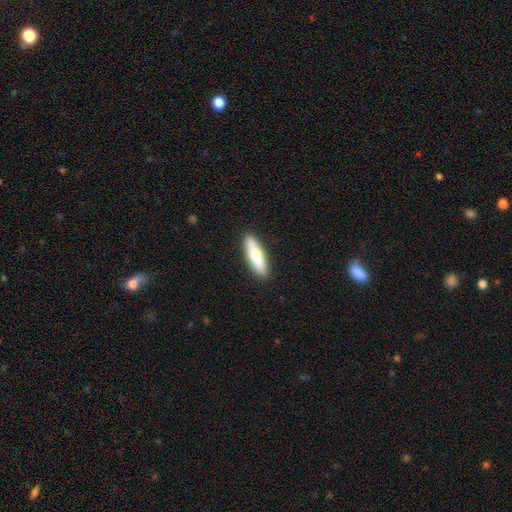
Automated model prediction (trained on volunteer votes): The model was most divided on "smooth or featured": smooth: 69%, featured or disk: 26%, star or artifact: 5%. More confident: merging — none (91%); how rounded — cigar-shaped (72%).